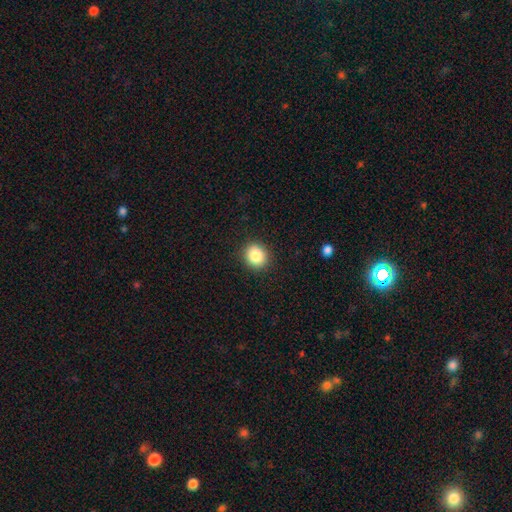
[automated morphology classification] type=smooth (86%); roundness=round (82%); merging=none (90%).